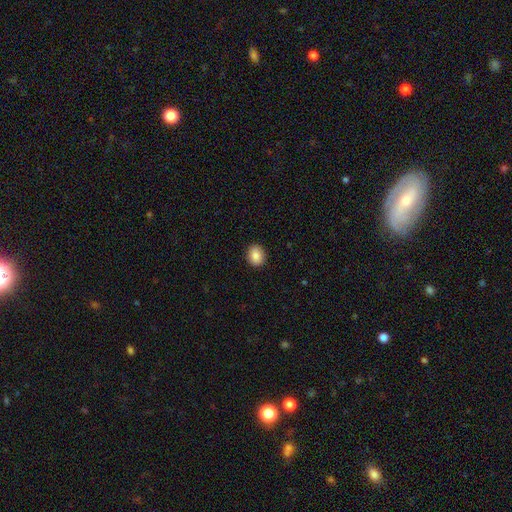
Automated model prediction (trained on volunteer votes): smooth 87%, star or artifact 8%, featured or disk 5%. Down the decision tree: how rounded — round (54%); merging — none (91%).